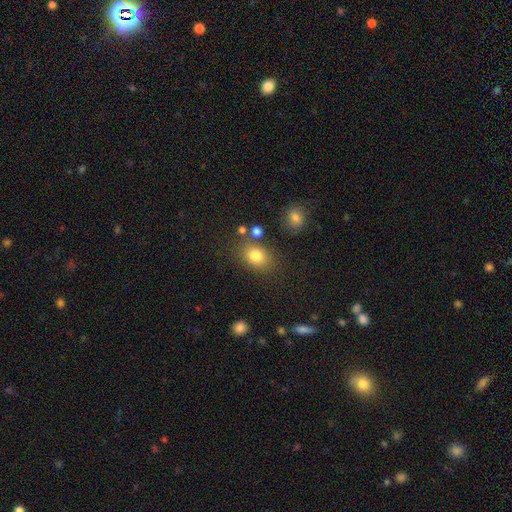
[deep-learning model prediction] A smooth galaxy with no disk features (80%) that is in between round and cigar-shaped (60%).

Vote fractions:
- Smooth or featured? smooth: 80% / star or artifact: 12% / featured or disk: 8%
- How rounded? in between: 60% / round: 38% / cigar-shaped: 1%
- Merging? none: 73% / minor disturbance: 14% / merger: 8% / major disturbance: 5%